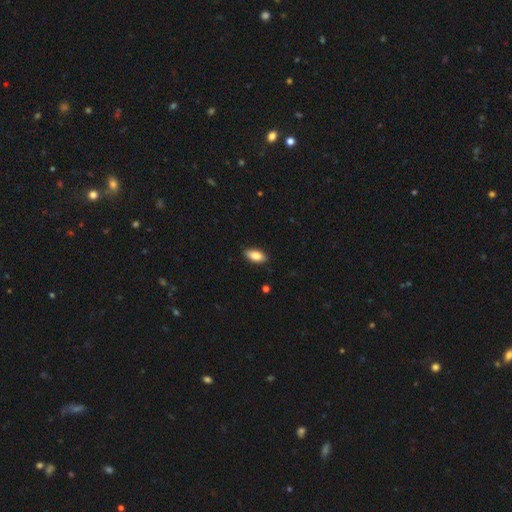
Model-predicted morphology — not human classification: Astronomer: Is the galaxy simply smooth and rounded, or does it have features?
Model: smooth — 83%.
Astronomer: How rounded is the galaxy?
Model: in between — 88%.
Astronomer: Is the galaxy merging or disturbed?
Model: none — 86%.